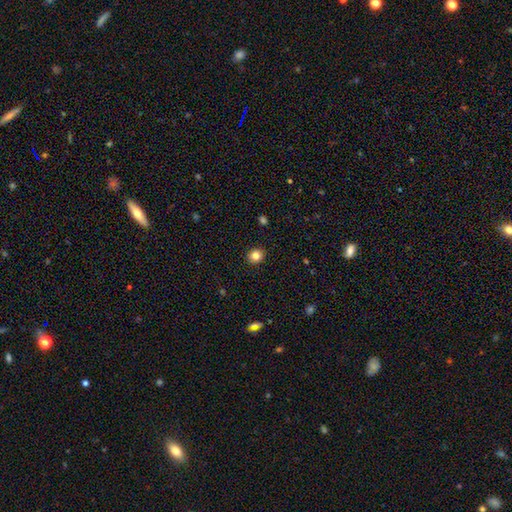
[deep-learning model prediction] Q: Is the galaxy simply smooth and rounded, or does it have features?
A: smooth — 82%.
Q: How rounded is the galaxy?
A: round — 77%.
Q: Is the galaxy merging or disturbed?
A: none — 91%.